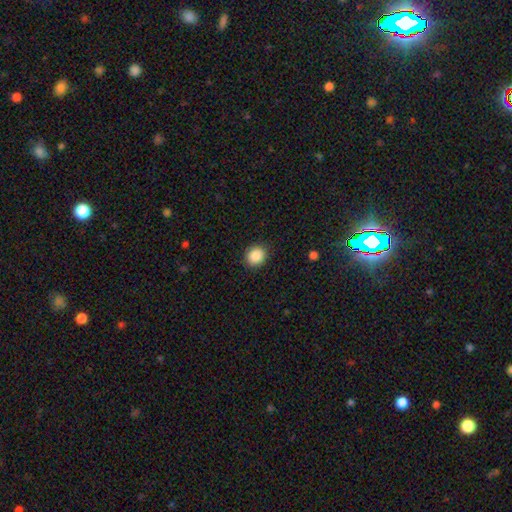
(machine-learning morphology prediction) This is clearly a smooth galaxy (88%). How rounded: likely round (74%). Merging: clearly none (89%).